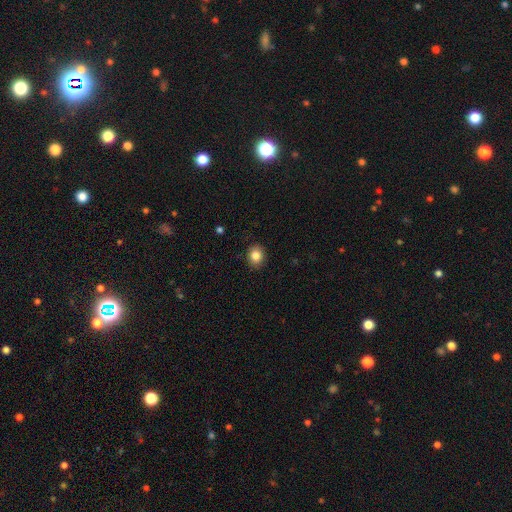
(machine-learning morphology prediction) A smooth galaxy with no disk features (84%) that is round (66%).

Vote fractions:
- Smooth or featured? smooth: 84% / star or artifact: 10% / featured or disk: 6%
- How rounded? round: 66% / in between: 33% / cigar-shaped: 1%
- Merging? none: 90% / minor disturbance: 7% / major disturbance: 2% / merger: 1%